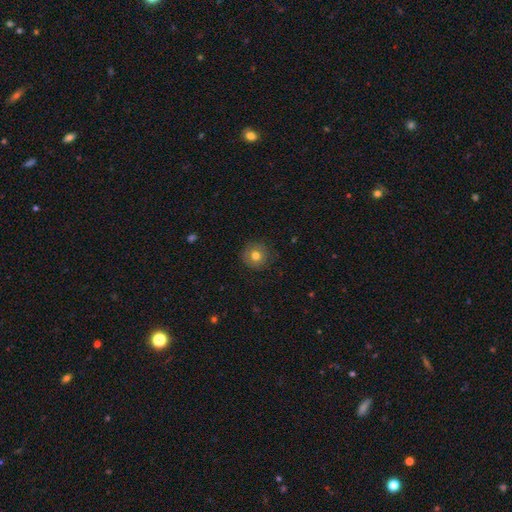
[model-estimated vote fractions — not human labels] Morphology: type=smooth (76%); roundness=round (94%); merging=none (87%).